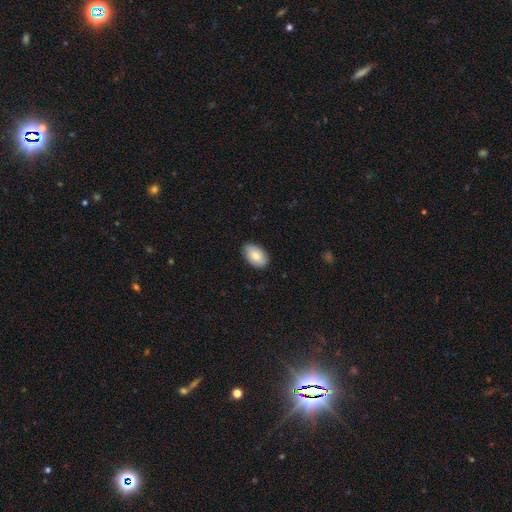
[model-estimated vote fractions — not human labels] A smooth galaxy with no disk features (82%) that is in between round and cigar-shaped (92%).

Vote fractions:
- Smooth or featured? smooth: 82% / featured or disk: 12% / star or artifact: 6%
- How rounded? in between: 92% / round: 7% / cigar-shaped: 1%
- Merging? none: 85% / minor disturbance: 12% / major disturbance: 2% / merger: 1%